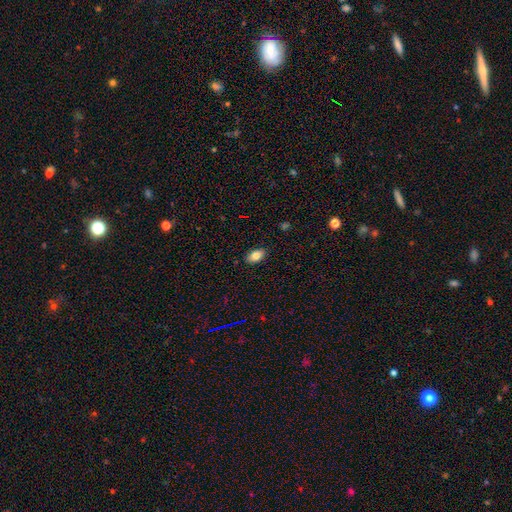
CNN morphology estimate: The model was most divided on "smooth or featured": smooth: 83%, featured or disk: 9%, star or artifact: 8%. More confident: how rounded — in between (91%); merging — none (88%).